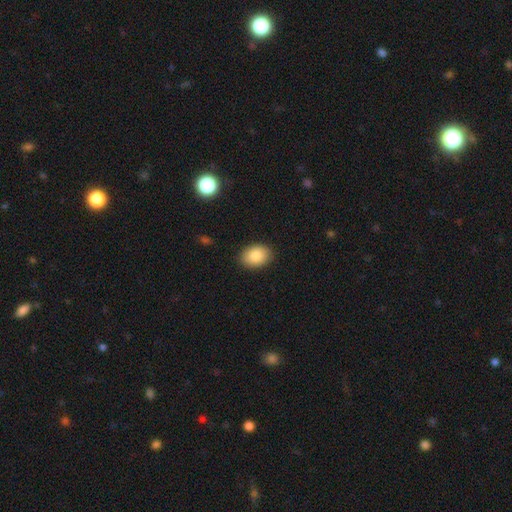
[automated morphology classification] smooth-or-featured: smooth: 86% | star or artifact: 7% | featured or disk: 6%
  how-rounded: in between: 75% | round: 24% | cigar-shaped: 1%
  merging: none: 88% | minor disturbance: 9% | major disturbance: 2% | merger: 1%